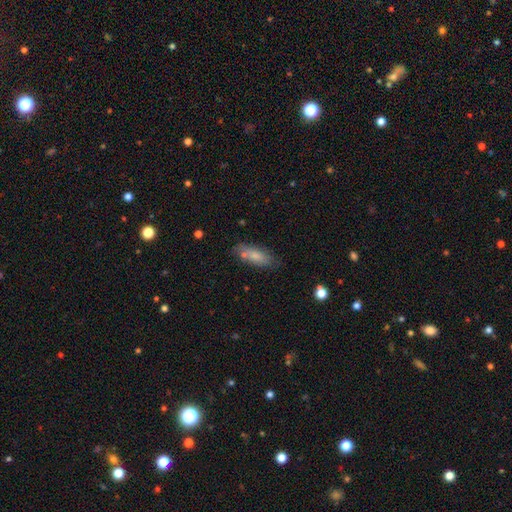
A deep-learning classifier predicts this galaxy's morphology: This is likely a smooth galaxy (76%). How rounded: likely in between (67%). Merging: likely none (67%).